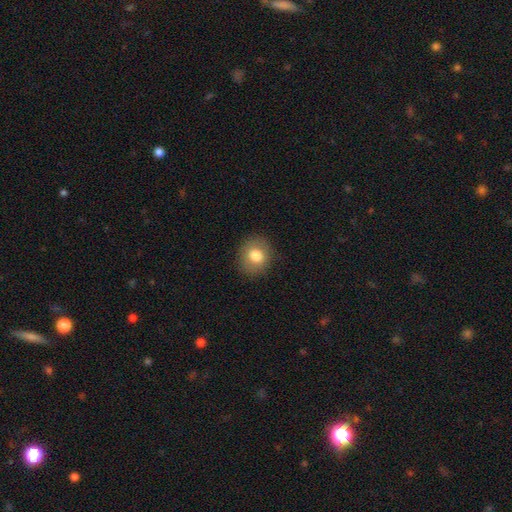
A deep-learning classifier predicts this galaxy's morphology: This is likely a smooth galaxy (79%). How rounded: likely round (72%). Merging: clearly none (87%).